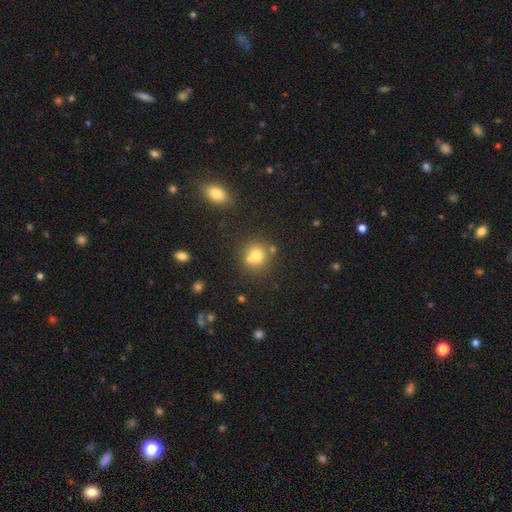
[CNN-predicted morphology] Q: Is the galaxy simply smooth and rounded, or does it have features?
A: smooth — 74%.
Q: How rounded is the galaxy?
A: round — 85%.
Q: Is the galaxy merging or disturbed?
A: none — 61%.